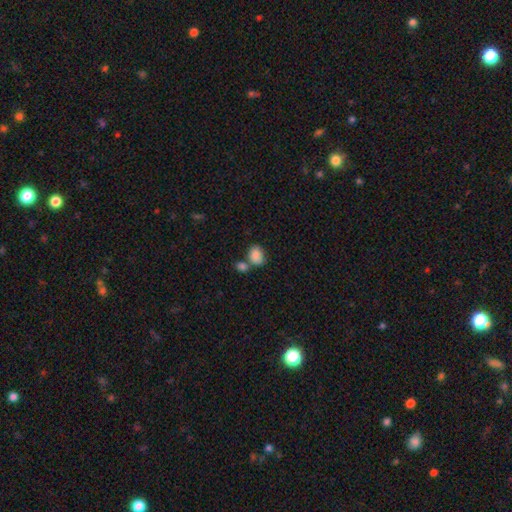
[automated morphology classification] Overall: smooth (87%). How rounded: in between (72%). Merging: none (46%; merger 37%).